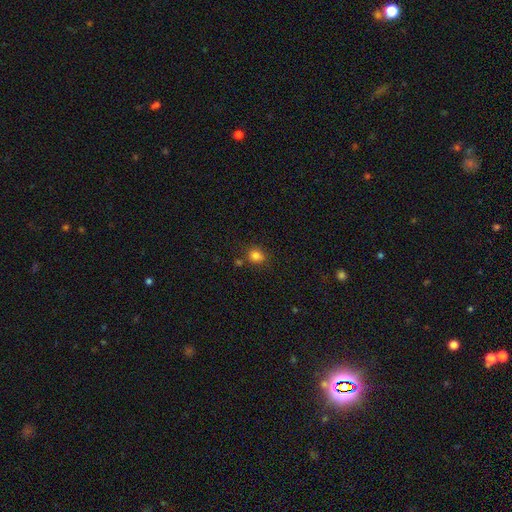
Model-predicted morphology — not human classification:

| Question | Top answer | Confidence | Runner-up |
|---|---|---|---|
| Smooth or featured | smooth | 82% | star or artifact (13%) |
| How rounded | round | 72% | in between (27%) |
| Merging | none | 76% | minor disturbance (13%) |